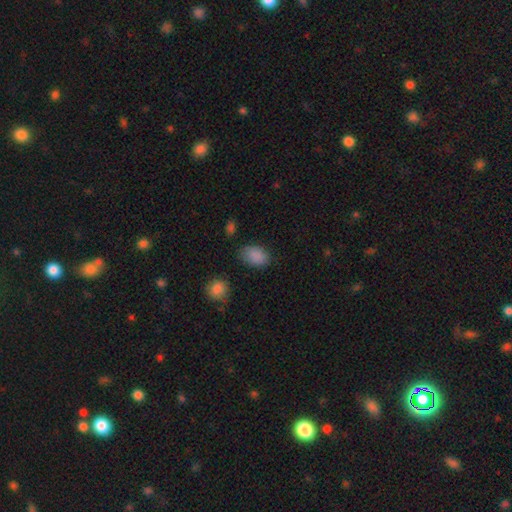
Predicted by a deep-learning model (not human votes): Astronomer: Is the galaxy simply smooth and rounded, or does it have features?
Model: smooth — 87%.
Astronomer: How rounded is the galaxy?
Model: in between — 86%.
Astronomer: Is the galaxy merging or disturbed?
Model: none — 75%.